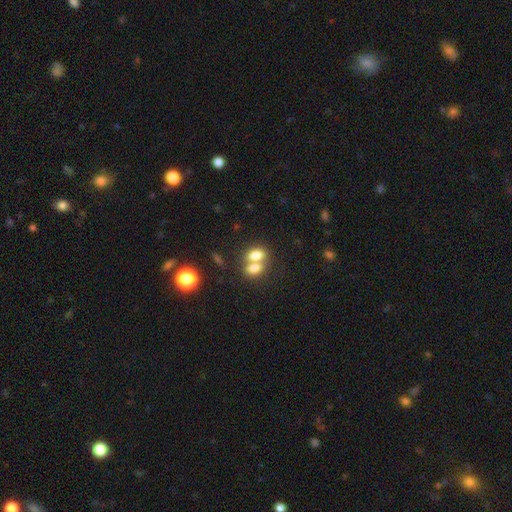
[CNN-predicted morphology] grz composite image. It shows a smooth galaxy with no disk features (76%) that is in between round and cigar-shaped (76%). Merging: merger (65%).